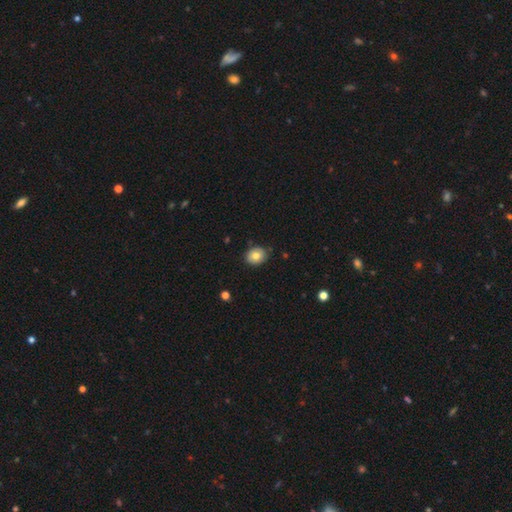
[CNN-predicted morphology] type=smooth (77%); roundness=round (62%); merging=none (84%).